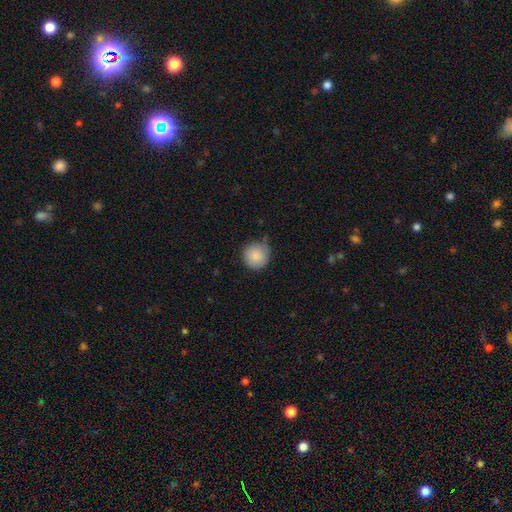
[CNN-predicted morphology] Smooth or featured? smooth (88%)
How rounded? round (93%)
Merging? none (73%)